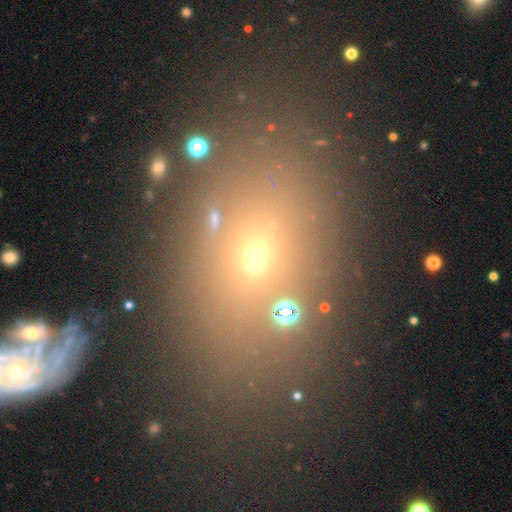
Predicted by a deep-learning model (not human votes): Overall: smooth (52%; star or artifact 28%). How rounded: in between (76%). Merging: none (70%).